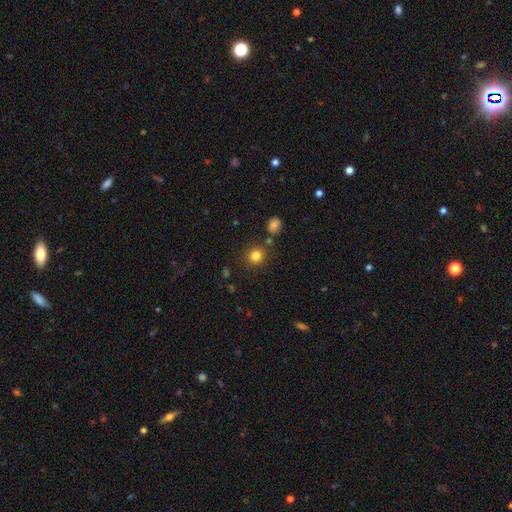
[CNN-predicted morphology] Smooth or featured?
  - smooth: 82% *
  - star or artifact: 13%
  - featured or disk: 6%
How rounded?
  - round: 88% *
  - in between: 12%
  - cigar-shaped: 1%
Merging?
  - none: 84% *
  - minor disturbance: 8%
  - merger: 5%
  - major disturbance: 3%